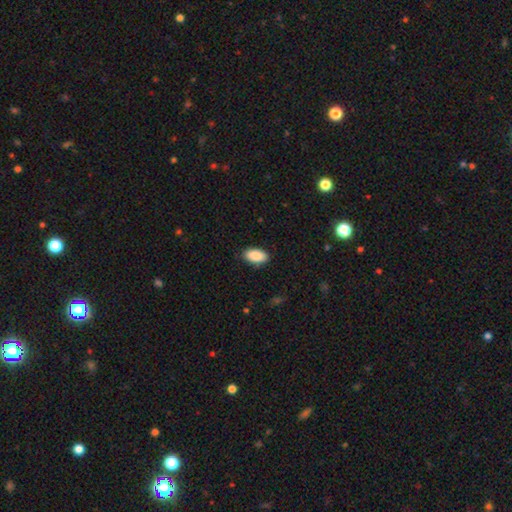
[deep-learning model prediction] A smooth galaxy with no disk features (90%) that is in between round and cigar-shaped (94%). Merging: none (86%).